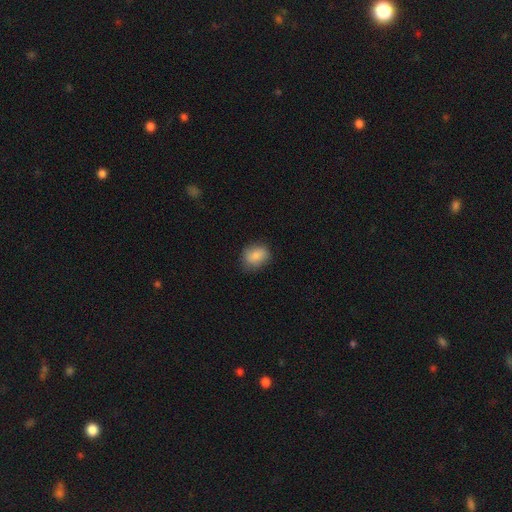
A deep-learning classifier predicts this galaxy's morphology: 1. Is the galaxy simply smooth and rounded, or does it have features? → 85% smooth, 8% featured or disk, 8% star or artifact.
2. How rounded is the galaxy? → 58% in between, 41% round, 1% cigar-shaped.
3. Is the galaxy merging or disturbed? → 79% none, 16% minor disturbance, 4% major disturbance, 1% merger.